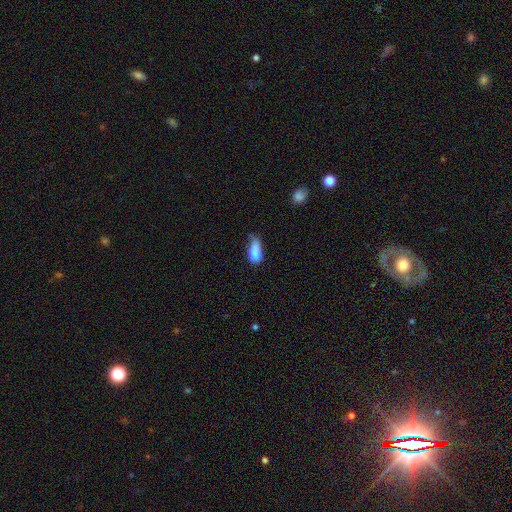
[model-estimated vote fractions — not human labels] Q: Smooth or featured?
A: smooth (77%); runner-up: featured or disk (14%)
Q: How rounded?
A: in between (81%); runner-up: cigar-shaped (13%)
Q: Merging?
A: minor disturbance (37%); runner-up: major disturbance (33%)